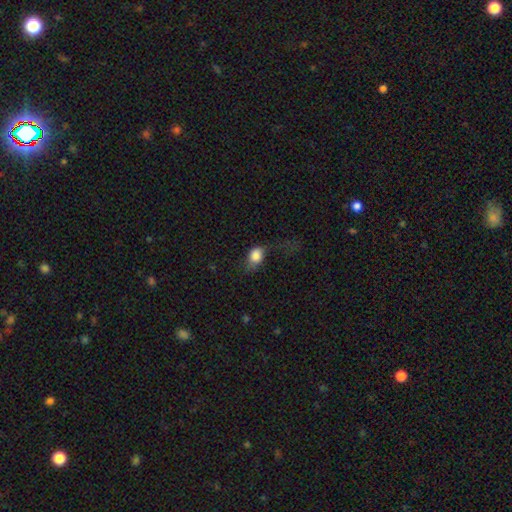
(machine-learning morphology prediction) A smooth galaxy with no disk features (81%) that is in between round and cigar-shaped (69%). Merging: major disturbance (43%).